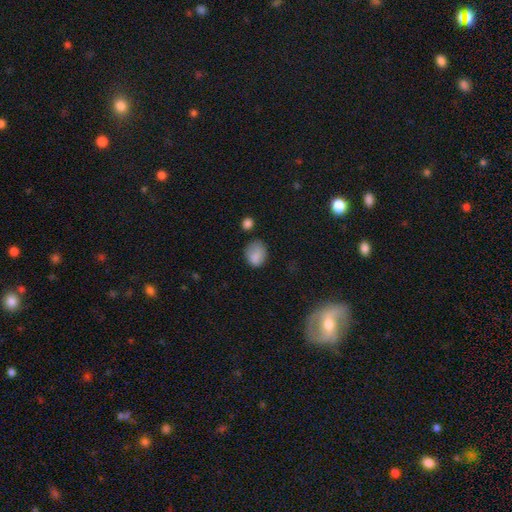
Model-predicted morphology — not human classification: This is clearly a smooth galaxy (84%). How rounded: possibly in between (51%). Merging: possibly none (57%).